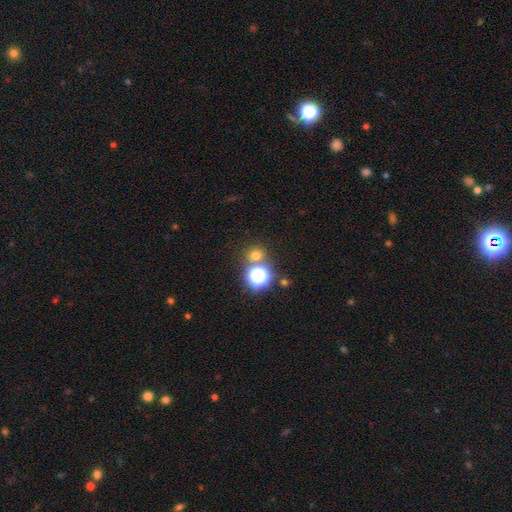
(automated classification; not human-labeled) Q: Smooth or featured?
A: smooth (64%); runner-up: star or artifact (29%)
Q: How rounded?
A: round (88%); runner-up: in between (11%)
Q: Merging?
A: none (72%); runner-up: merger (19%)